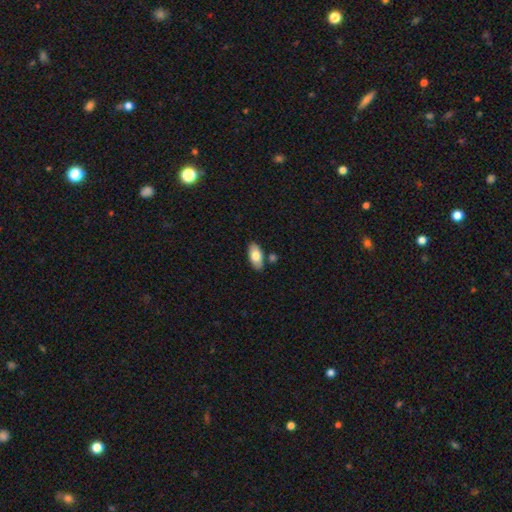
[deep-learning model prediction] Morphology: type=smooth (74%); roundness=in between (92%); merging=none (79%).